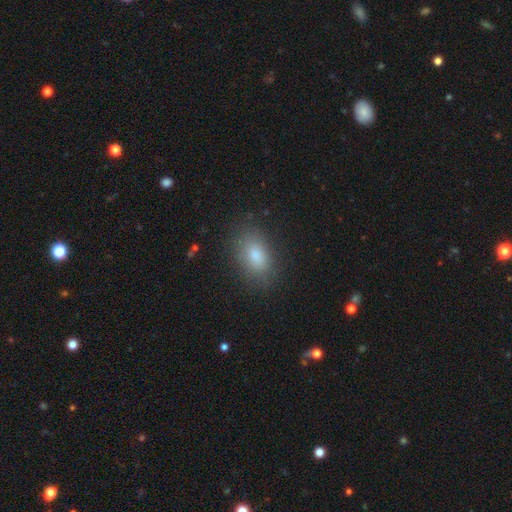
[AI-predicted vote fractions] A smooth galaxy with no disk features (82%) that is in between round and cigar-shaped (86%). Merging: none (83%).